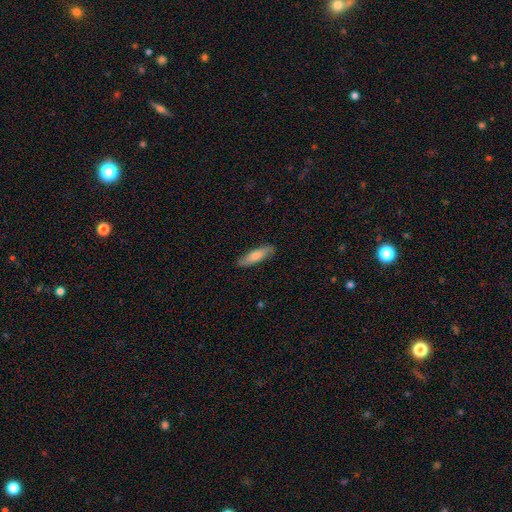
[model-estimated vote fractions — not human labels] Morphology: type=smooth (73%); roundness=cigar-shaped (64%); merging=none (86%).